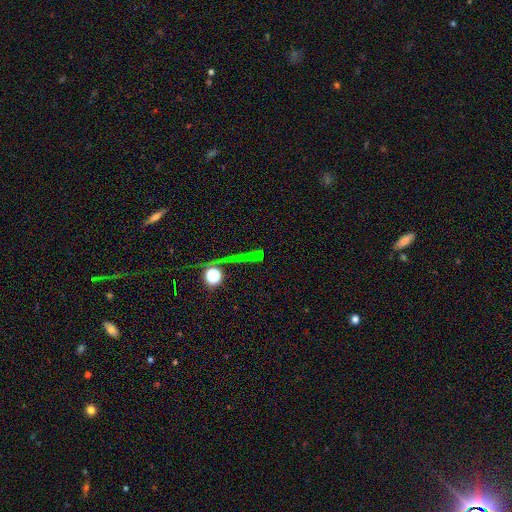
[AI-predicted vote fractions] smooth_or_featured: star or artifact (p=0.63) [alt: smooth p=0.24]